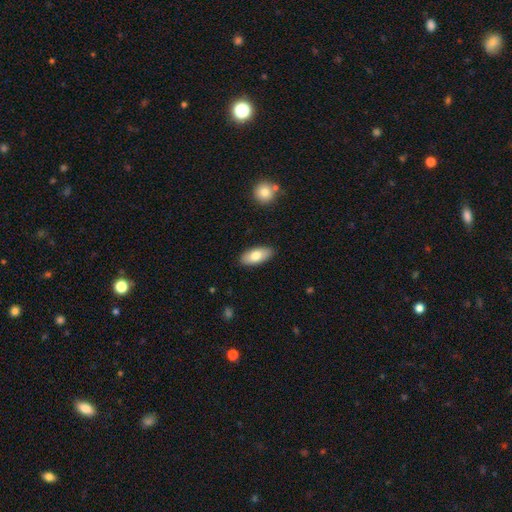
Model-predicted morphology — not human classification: Smooth or featured? Predicted: smooth (p=0.78). How rounded? Predicted: in between (p=0.88). Merging? Predicted: none (p=0.87).